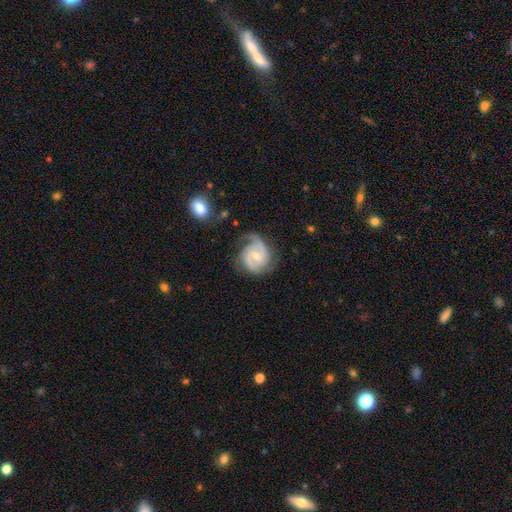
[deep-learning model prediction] The model was most divided on "spiral winding": medium: 44%, tight: 41%, loose: 14%. More confident: edge-on disk — no (98%); spiral arms — yes (96%); smooth or featured — featured or disk (83%); spiral arm count — 2 (64%); merging — none (59%); bar — no (54%); bulge size — small (53%).